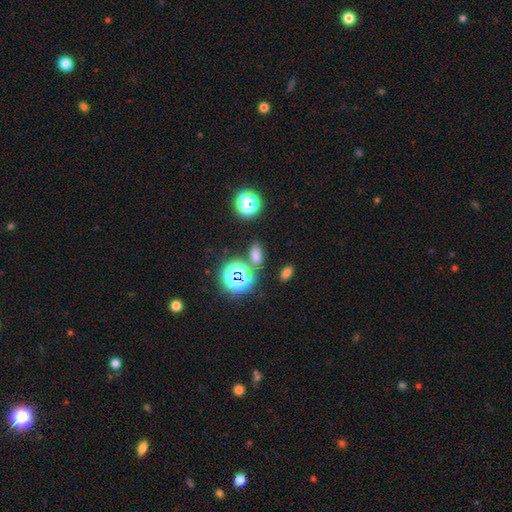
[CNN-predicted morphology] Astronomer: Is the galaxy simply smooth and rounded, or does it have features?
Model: smooth — 63%.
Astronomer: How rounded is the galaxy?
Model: in between — 78%.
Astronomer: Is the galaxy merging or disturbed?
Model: none — 77%.